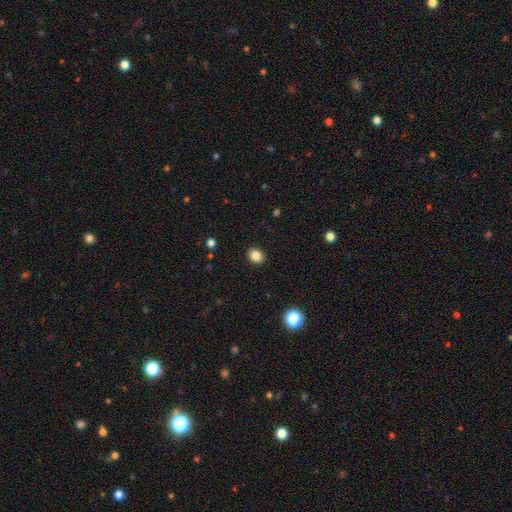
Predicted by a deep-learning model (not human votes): A smooth galaxy with no disk features (85%) that is round (57%).

Vote fractions:
- Smooth or featured? smooth: 85% / star or artifact: 10% / featured or disk: 5%
- How rounded? round: 57% / in between: 42% / cigar-shaped: 1%
- Merging? none: 91% / minor disturbance: 6% / major disturbance: 2% / merger: 1%